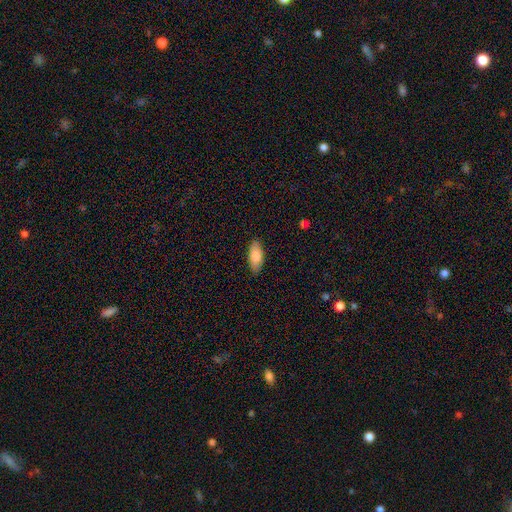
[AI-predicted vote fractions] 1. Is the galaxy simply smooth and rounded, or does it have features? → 84% smooth, 11% featured or disk, 6% star or artifact.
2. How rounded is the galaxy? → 82% in between, 16% cigar-shaped, 2% round.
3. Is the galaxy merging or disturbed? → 87% none, 10% minor disturbance, 2% major disturbance, 1% merger.